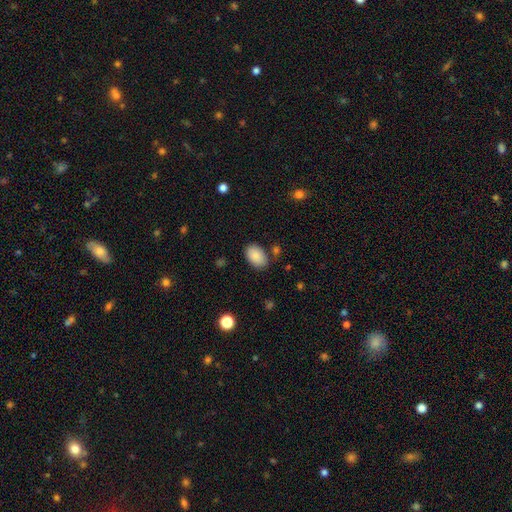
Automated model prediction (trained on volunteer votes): The model was most divided on "merging": none: 80%, minor disturbance: 13%, merger: 4%, major disturbance: 3%. More confident: how rounded — in between (91%); smooth or featured — smooth (86%).